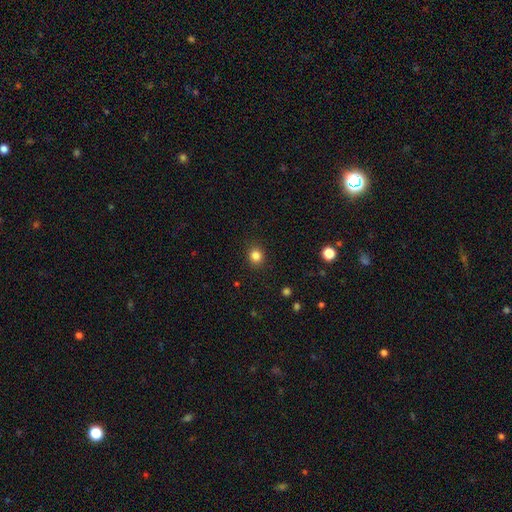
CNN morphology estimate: smooth_or_featured: smooth (p=0.84) [alt: star or artifact p=0.12]
how_rounded: round (p=0.83) [alt: in between p=0.16]
merging: none (p=0.89) [alt: minor disturbance p=0.07]